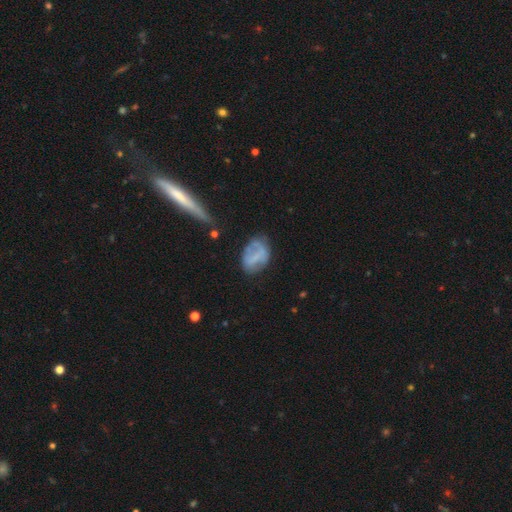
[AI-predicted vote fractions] Morphology: type=smooth (50%); roundness=in between (82%); merging=none (53%).